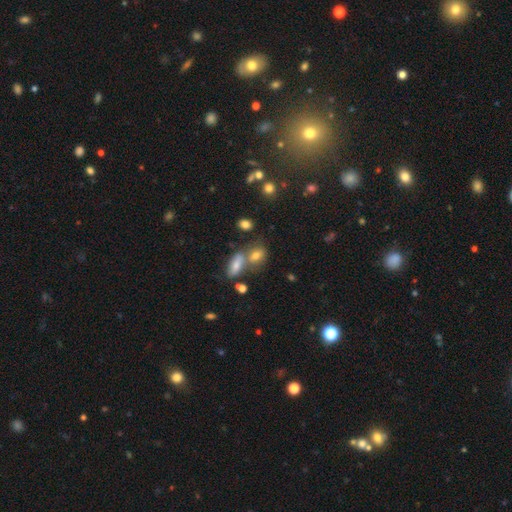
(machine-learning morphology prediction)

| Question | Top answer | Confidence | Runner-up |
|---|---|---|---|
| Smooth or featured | smooth | 75% | featured or disk (13%) |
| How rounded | in between | 71% | round (25%) |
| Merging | none | 44% | merger (39%) |